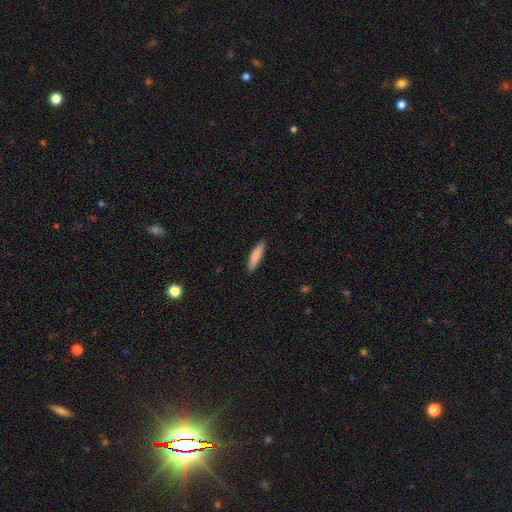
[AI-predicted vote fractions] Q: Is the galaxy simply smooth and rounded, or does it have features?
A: smooth — 86%.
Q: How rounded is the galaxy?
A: cigar-shaped — 73%.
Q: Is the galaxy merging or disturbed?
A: none — 88%.